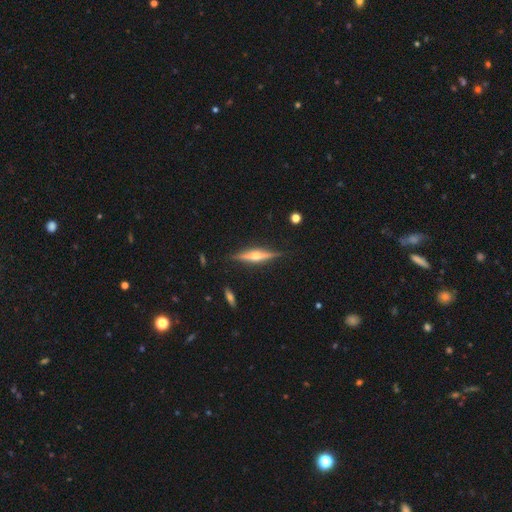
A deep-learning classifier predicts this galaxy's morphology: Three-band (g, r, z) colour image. It shows a featured or disk galaxy (76%) viewed edge-on (97%) with a rounded central bulge (93%). Merging: none (88%).